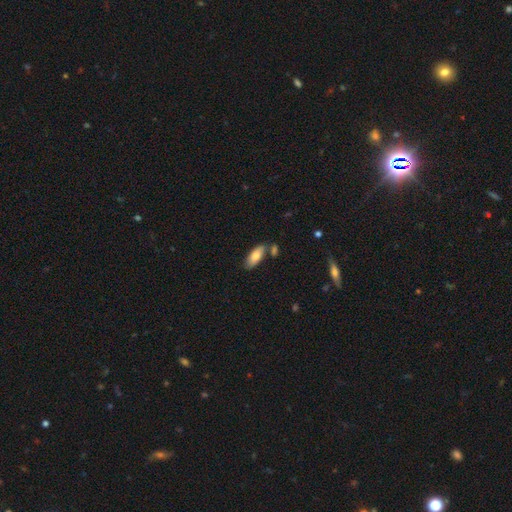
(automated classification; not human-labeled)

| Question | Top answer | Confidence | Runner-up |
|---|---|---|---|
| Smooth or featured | smooth | 77% | featured or disk (16%) |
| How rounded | in between | 80% | cigar-shaped (18%) |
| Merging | none | 71% | minor disturbance (13%) |